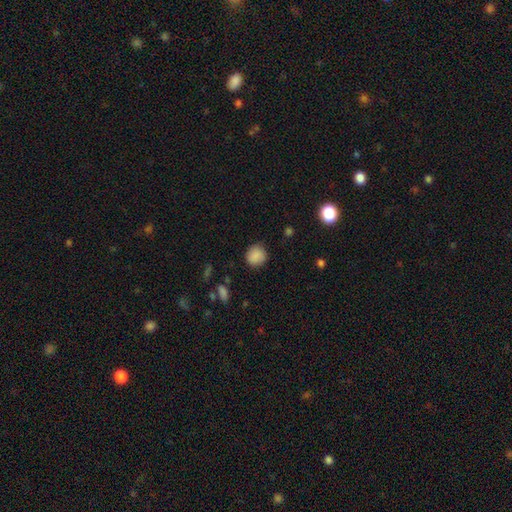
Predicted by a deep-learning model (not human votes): This appears to be a smooth galaxy with no disk features (87%) that is round (86%). Merging: none (84%).